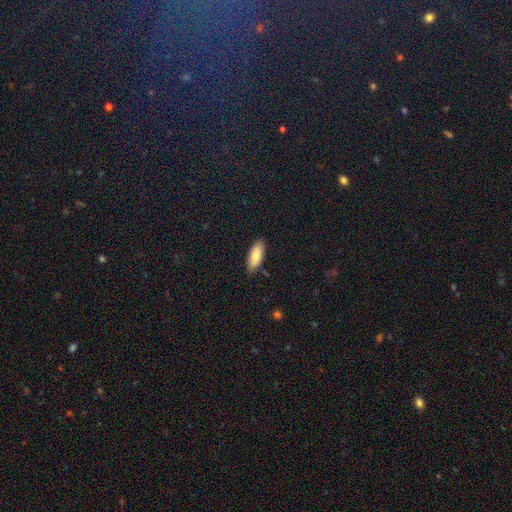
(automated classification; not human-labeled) Morphology: type=smooth (85%); roundness=in between (76%); merging=none (85%).